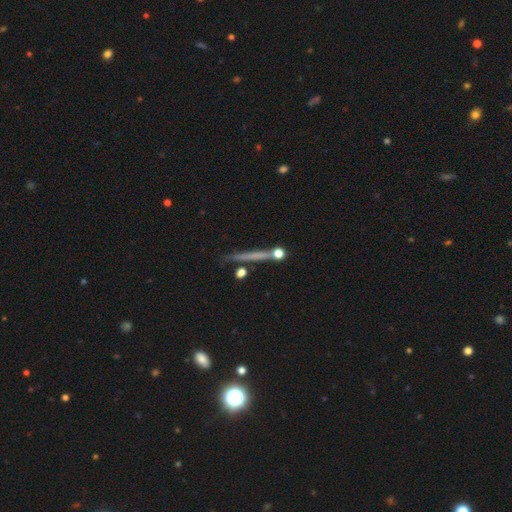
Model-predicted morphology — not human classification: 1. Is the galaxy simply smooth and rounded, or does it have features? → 45% smooth, 44% featured or disk, 12% star or artifact.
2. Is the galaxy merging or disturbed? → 79% none, 10% minor disturbance, 7% merger, 3% major disturbance.